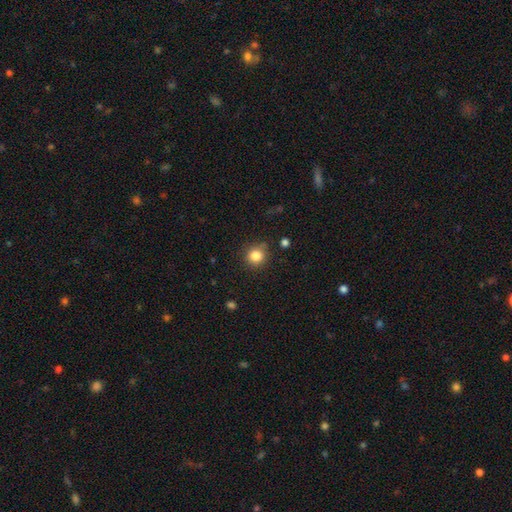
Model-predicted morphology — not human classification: smooth-or-featured: smooth: 84% | star or artifact: 11% | featured or disk: 5%
  how-rounded: round: 90% | in between: 9% | cigar-shaped: 1%
  merging: none: 85% | minor disturbance: 10% | major disturbance: 3% | merger: 2%